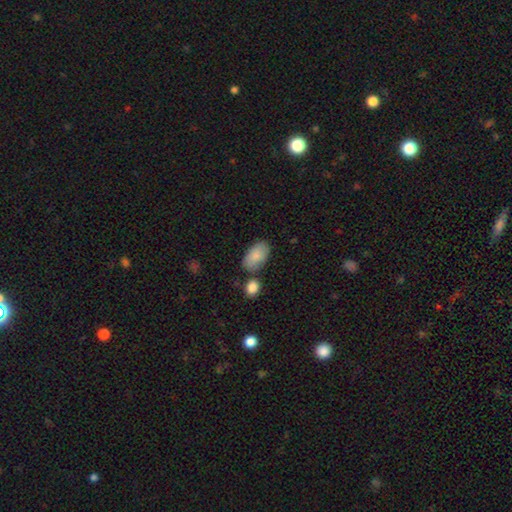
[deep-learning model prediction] smooth-or-featured: smooth: 85% | featured or disk: 9% | star or artifact: 6%
  how-rounded: in between: 94% | round: 5% | cigar-shaped: 2%
  merging: none: 67% | minor disturbance: 17% | merger: 11% | major disturbance: 4%